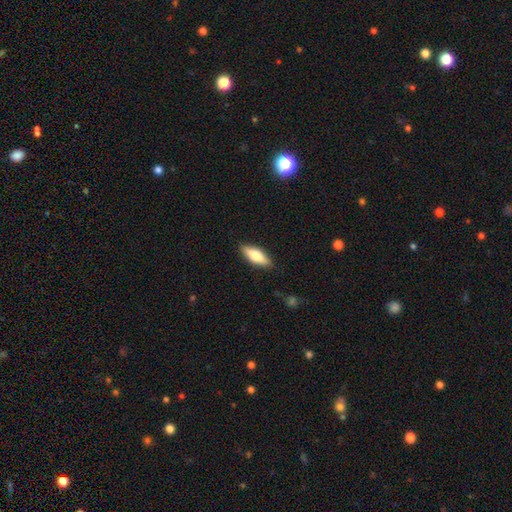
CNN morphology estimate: Smooth or featured?
  - smooth: 64% *
  - featured or disk: 30%
  - star or artifact: 6%
How rounded?
  - in between: 60% *
  - cigar-shaped: 37%
  - round: 2%
Merging?
  - none: 88% *
  - minor disturbance: 9%
  - major disturbance: 2%
  - merger: 1%